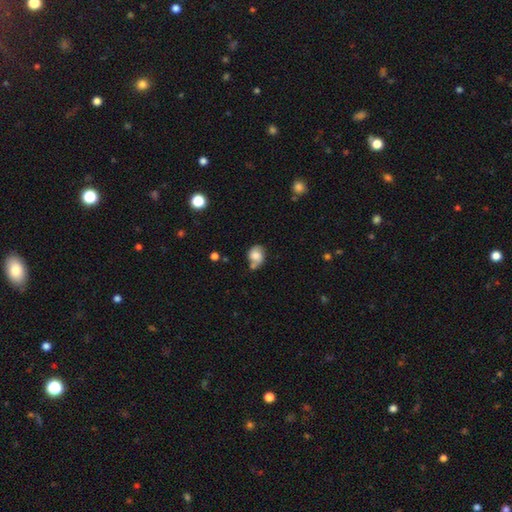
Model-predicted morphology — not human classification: This is possibly a smooth galaxy (54%). How rounded: possibly round (51%). Merging: possibly none (46%).